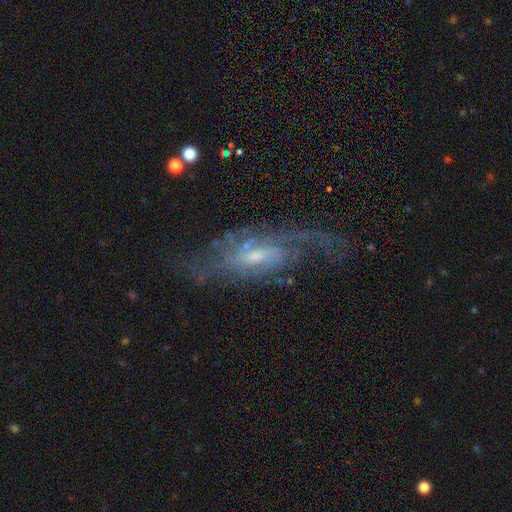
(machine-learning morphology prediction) type=featured or disk (82%); edge-on=no (86%); bar=weak (47%); spiral arms=yes (90%); winding=medium (42%); arm count=2 (42%); bulge=small (53%); merging=none (61%).